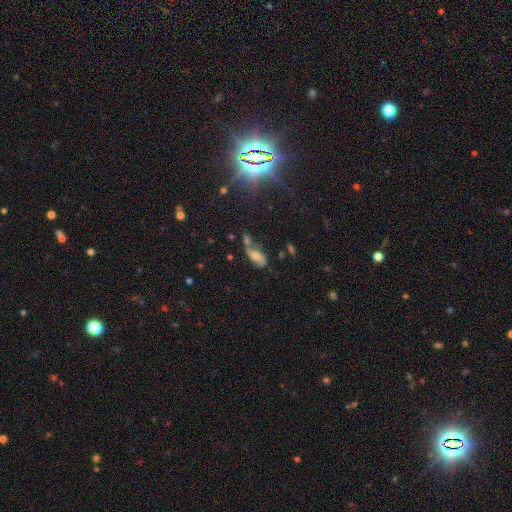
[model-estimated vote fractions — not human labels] Smooth or featured: featured or disk — 53% (smooth — 33%)
Edge-on disk: no — 88% (yes — 12%)
Merging: none — 38% (merger — 24%)